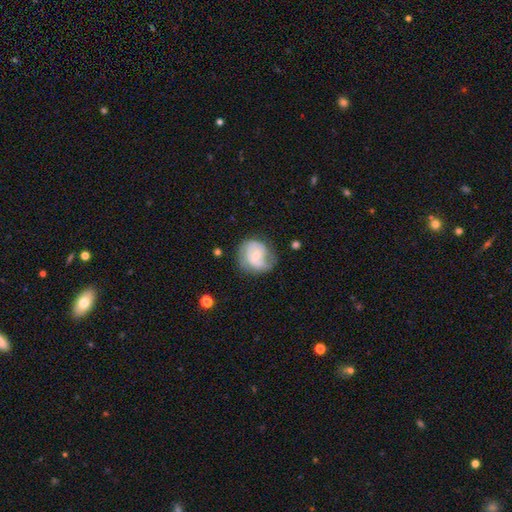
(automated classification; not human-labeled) Q: Smooth or featured?
A: featured or disk (64%); runner-up: smooth (30%)
Q: Edge-on disk?
A: no (97%); runner-up: yes (3%)
Q: Bar?
A: no (65%); runner-up: weak (28%)
Q: Spiral arms?
A: yes (79%); runner-up: no (21%)
Q: Bulge size?
A: small (51%); runner-up: moderate (45%)
Q: Merging?
A: none (59%); runner-up: minor disturbance (26%)